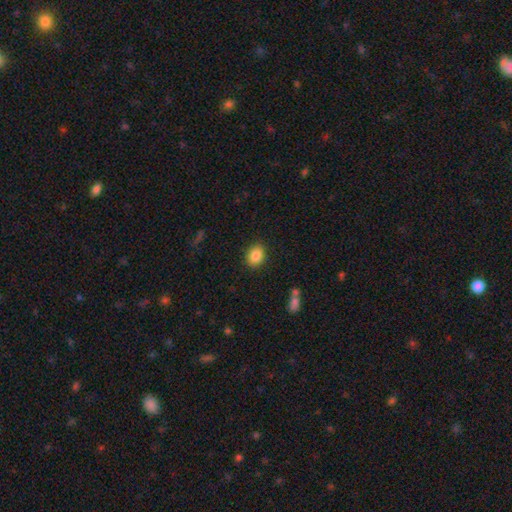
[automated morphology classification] A smooth galaxy with no disk features (86%) that is in between round and cigar-shaped (66%). Merging: none (88%).